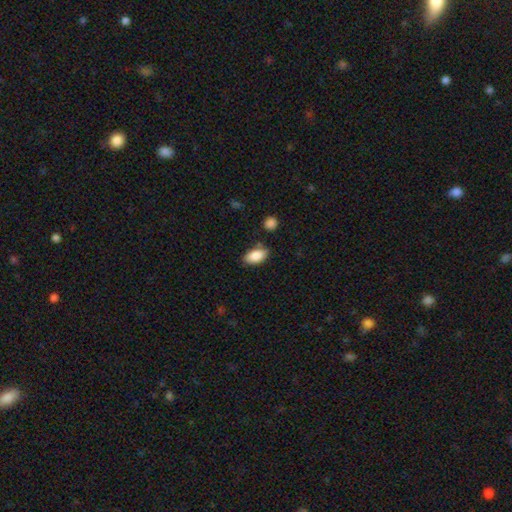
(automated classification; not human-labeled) Morphology: type=smooth (86%); roundness=in between (92%); merging=none (80%).